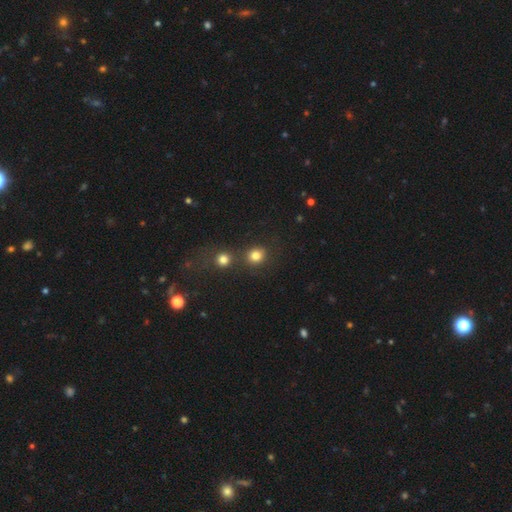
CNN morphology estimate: Q: Smooth or featured?
A: smooth (80%); runner-up: star or artifact (14%)
Q: How rounded?
A: round (81%); runner-up: in between (18%)
Q: Merging?
A: none (68%); runner-up: merger (19%)